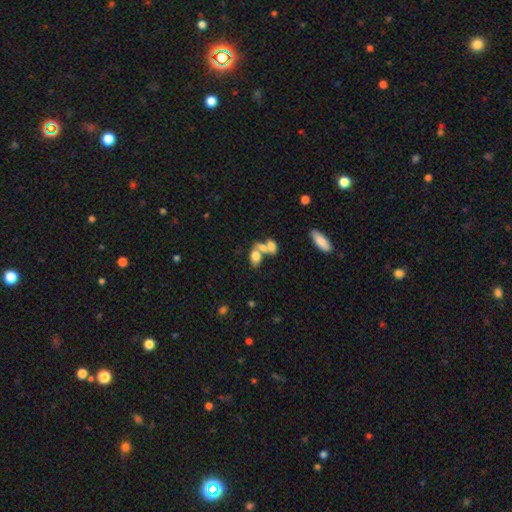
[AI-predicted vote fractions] A smooth galaxy with no disk features (71%) that is in between round and cigar-shaped (85%). Merging: merger (58%).